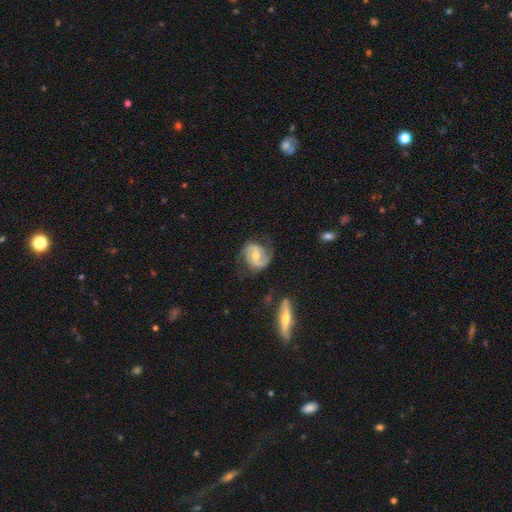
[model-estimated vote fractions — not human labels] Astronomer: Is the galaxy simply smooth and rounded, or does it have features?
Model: featured or disk — 81%.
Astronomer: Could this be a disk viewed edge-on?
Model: no — 97%.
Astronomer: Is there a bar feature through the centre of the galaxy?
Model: no — 47% (runner-up: weak, 38%).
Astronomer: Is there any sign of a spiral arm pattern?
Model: yes — 94%.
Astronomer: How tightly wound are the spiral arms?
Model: medium — 47% (runner-up: tight, 33%).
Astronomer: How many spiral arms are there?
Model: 2 — 88%.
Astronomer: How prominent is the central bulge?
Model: moderate — 65%.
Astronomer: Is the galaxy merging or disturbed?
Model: none — 71%.